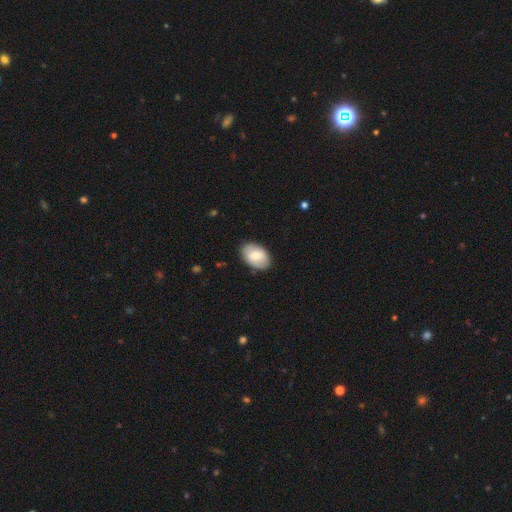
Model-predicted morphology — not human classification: A smooth galaxy with no disk features (74%) that is in between round and cigar-shaped (89%). Merging: none (85%).